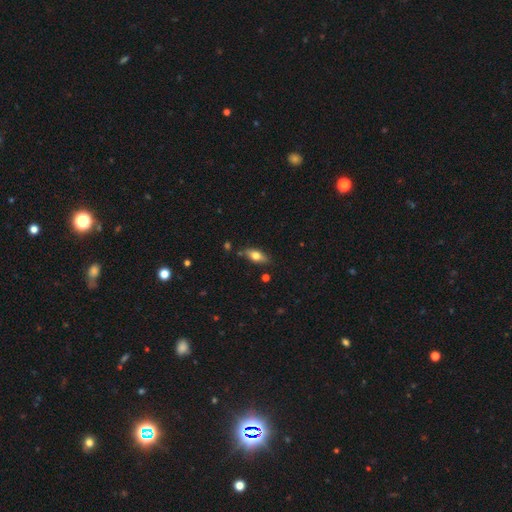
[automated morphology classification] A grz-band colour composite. It shows a smooth galaxy with no disk features (64%) that is in between round and cigar-shaped (74%). Merging: none (79%).